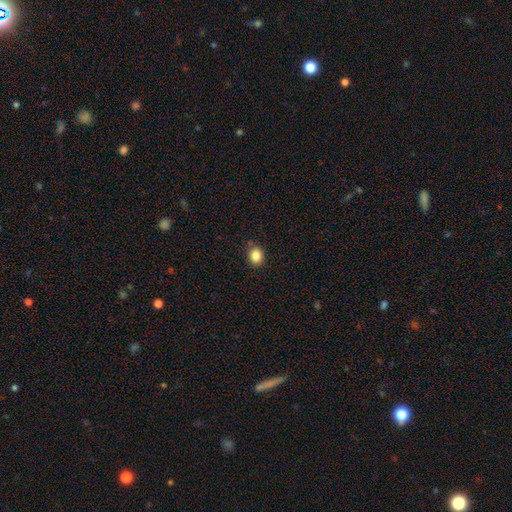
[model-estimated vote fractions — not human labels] smooth-or-featured: smooth: 85% | star or artifact: 10% | featured or disk: 5%
  how-rounded: round: 57% | in between: 42% | cigar-shaped: 1%
  merging: none: 82% | minor disturbance: 13% | major disturbance: 3% | merger: 2%